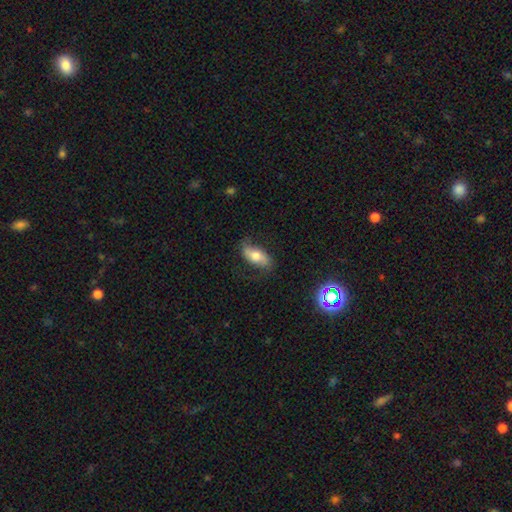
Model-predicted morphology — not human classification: The model was most divided on "smooth or featured": smooth: 56%, featured or disk: 36%, star or artifact: 8%. More confident: how rounded — in between (85%); merging — none (71%).